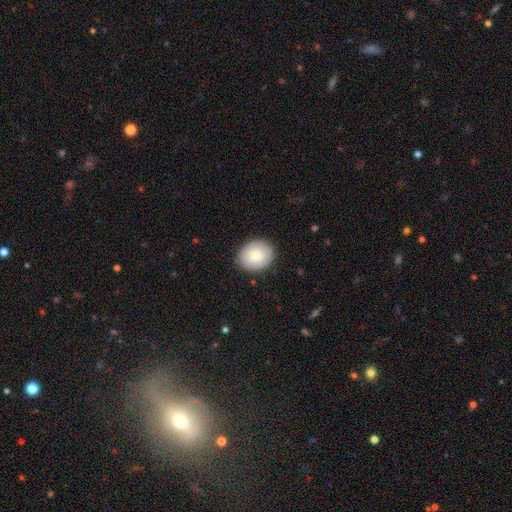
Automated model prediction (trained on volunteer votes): This appears to be a smooth galaxy with no disk features (79%) that is round (54%). Merging: none (86%).